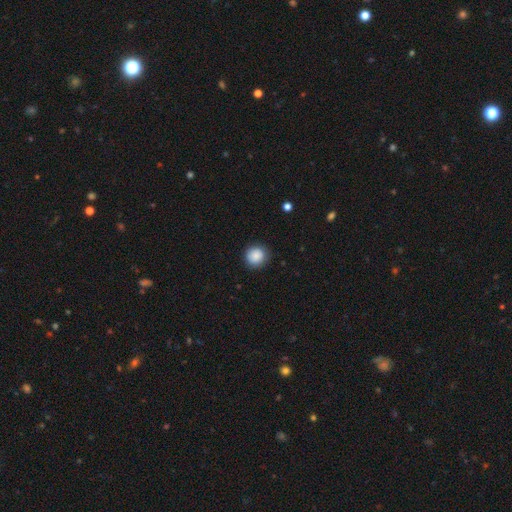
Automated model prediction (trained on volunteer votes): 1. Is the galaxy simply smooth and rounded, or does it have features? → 87% smooth, 8% star or artifact, 5% featured or disk.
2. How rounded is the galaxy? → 91% round, 8% in between, 1% cigar-shaped.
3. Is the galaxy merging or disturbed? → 86% none, 10% minor disturbance, 3% major disturbance, 1% merger.